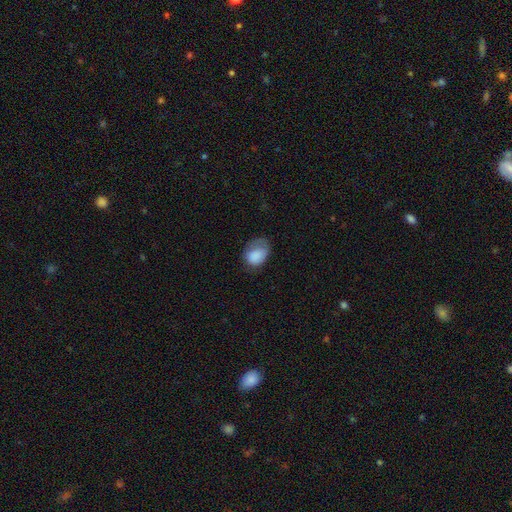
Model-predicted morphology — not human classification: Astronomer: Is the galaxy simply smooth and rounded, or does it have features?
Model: smooth — 81%.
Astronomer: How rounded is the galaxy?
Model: in between — 69%.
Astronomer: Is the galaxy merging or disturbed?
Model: none — 39% (runner-up: minor disturbance, 33%).